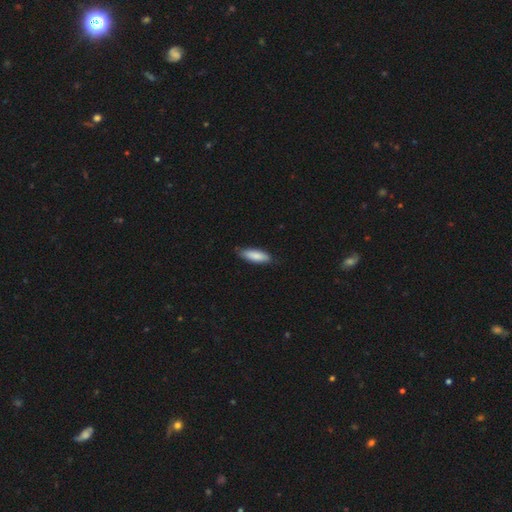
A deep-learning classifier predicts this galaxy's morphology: Smooth or featured? Predicted: smooth (p=0.84). How rounded? Predicted: in between (p=0.56). Merging? Predicted: none (p=0.79).